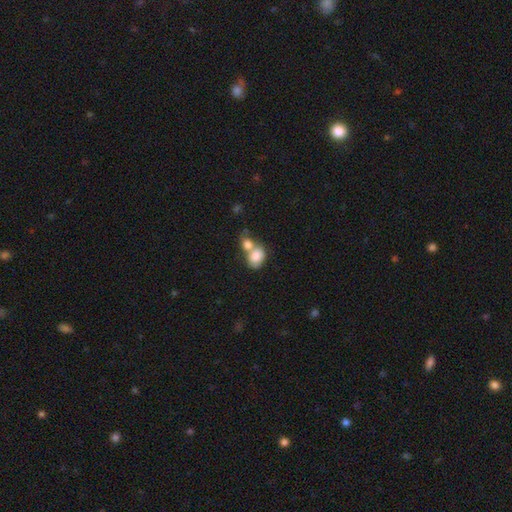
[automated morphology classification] The model was most divided on "how rounded": in between: 65%, round: 34%, cigar-shaped: 1%. More confident: smooth or featured — smooth (79%); merging — merger (67%).